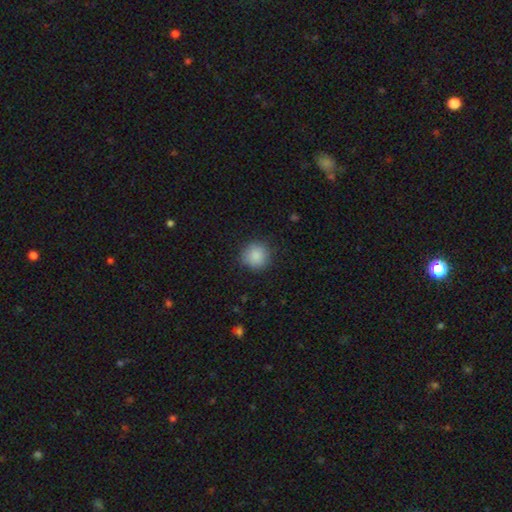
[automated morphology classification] Overall: smooth (87%). How rounded: round (93%). Merging: none (86%).